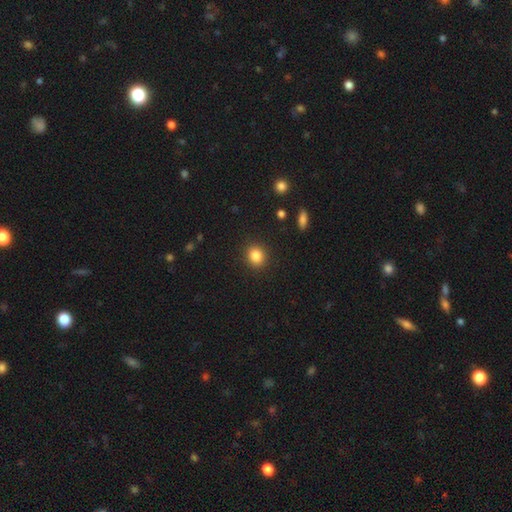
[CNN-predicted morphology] Overall: smooth (85%). How rounded: round (74%). Merging: none (90%).